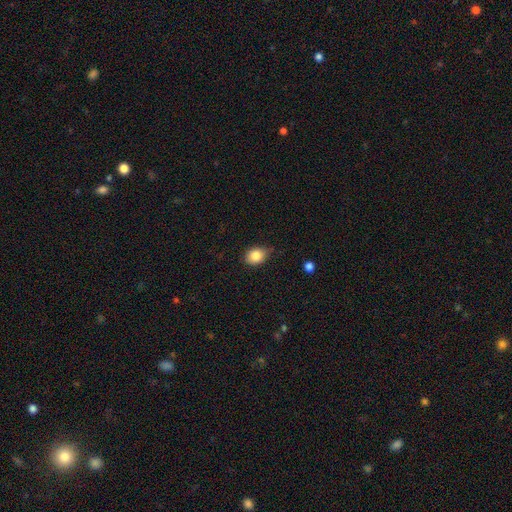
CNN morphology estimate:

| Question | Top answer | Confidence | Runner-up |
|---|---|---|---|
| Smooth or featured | smooth | 84% | star or artifact (9%) |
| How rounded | in between | 55% | round (44%) |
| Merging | none | 68% | minor disturbance (26%) |